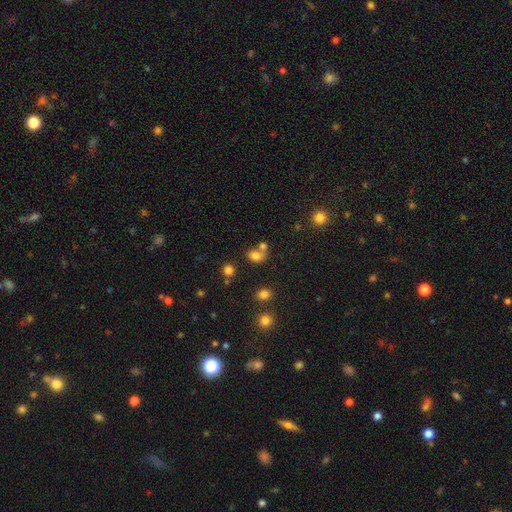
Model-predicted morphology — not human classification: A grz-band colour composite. It shows a smooth galaxy with no disk features (75%) that is in between round and cigar-shaped (56%). Merging: none (42%).